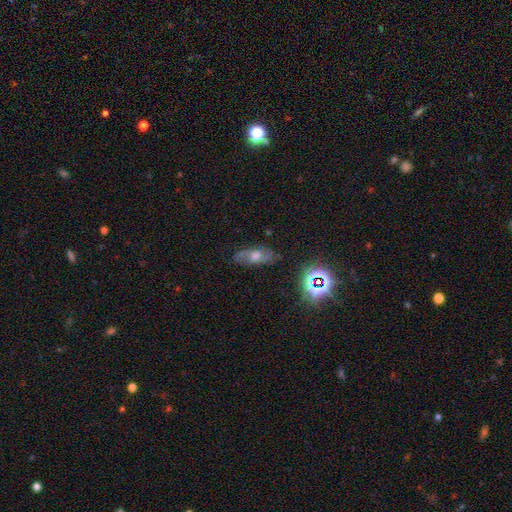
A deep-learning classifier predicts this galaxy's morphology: Smooth or featured?
  - featured or disk: 54% *
  - smooth: 26%
  - star or artifact: 20%
Edge-on disk?
  - no: 82% *
  - yes: 18%
Merging?
  - none: 77% *
  - minor disturbance: 16%
  - major disturbance: 5%
  - merger: 2%